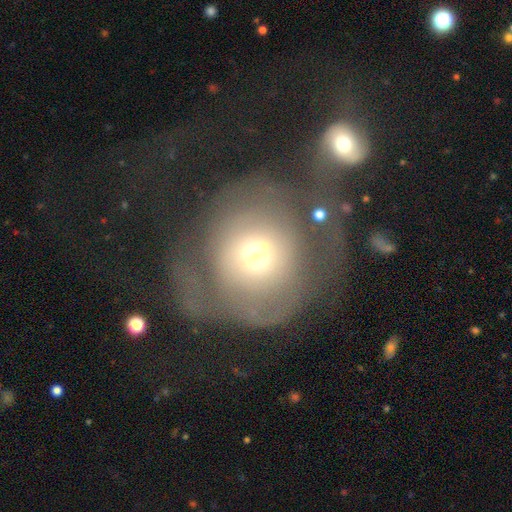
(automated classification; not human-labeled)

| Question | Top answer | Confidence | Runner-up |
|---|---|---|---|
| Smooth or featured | smooth | 45% | featured or disk (44%) |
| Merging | major disturbance | 40% | none (26%) |